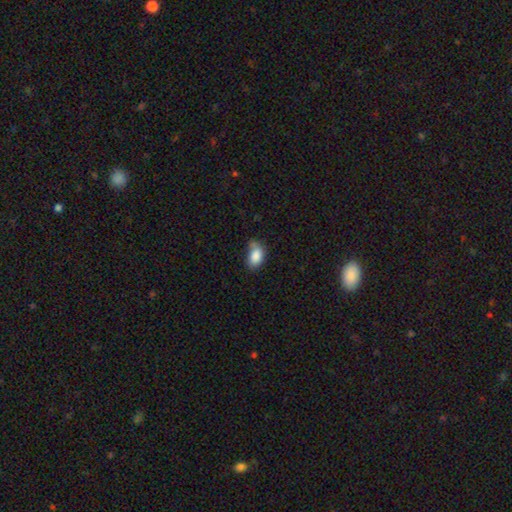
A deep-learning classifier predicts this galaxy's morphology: Smooth or featured? smooth (86%)
How rounded? in between (90%)
Merging? none (52%)